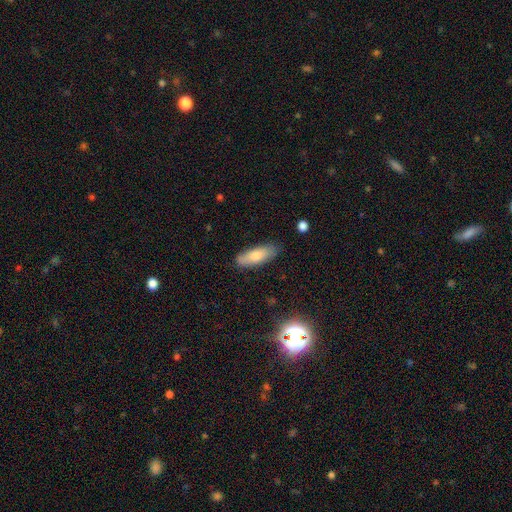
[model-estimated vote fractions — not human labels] smooth 77%, featured or disk 17%, star or artifact 6%. Down the decision tree: how rounded — in between (64%); merging — none (81%).